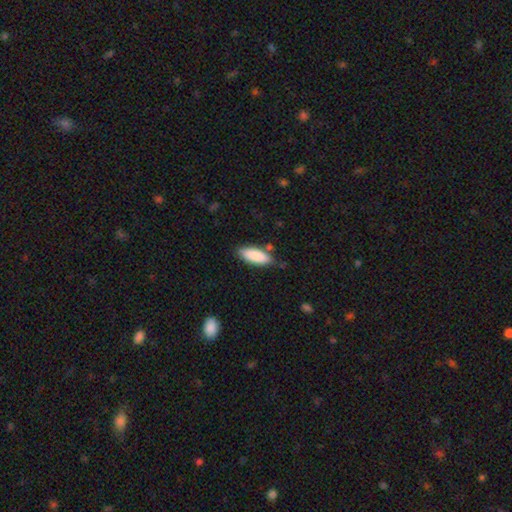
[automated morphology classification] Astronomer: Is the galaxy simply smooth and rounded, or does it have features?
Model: smooth — 88%.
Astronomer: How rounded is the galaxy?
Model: in between — 76%.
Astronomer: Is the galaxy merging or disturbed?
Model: none — 77%.